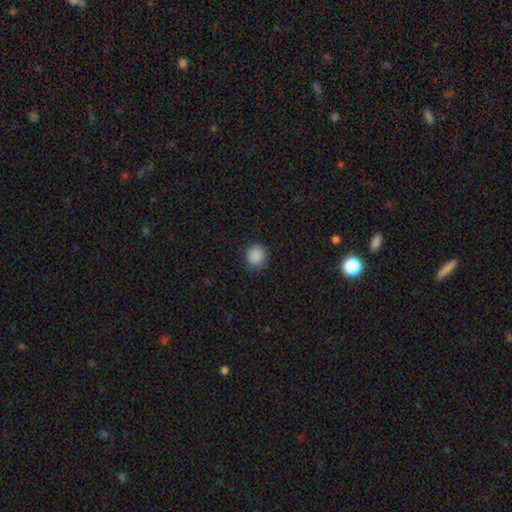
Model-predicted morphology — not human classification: A smooth galaxy with no disk features (88%) that is round (88%). Merging: none (87%).